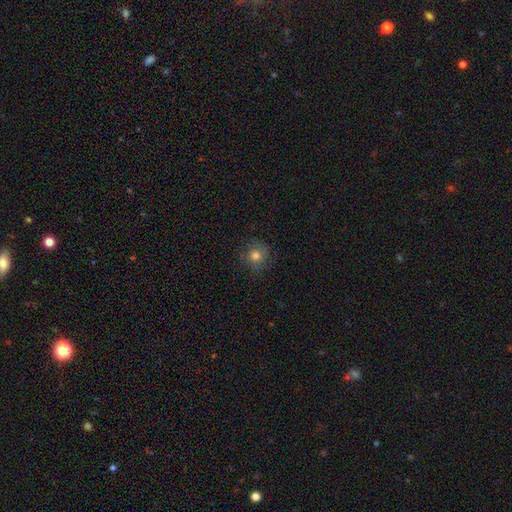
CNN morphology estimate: Smooth or featured: smooth — 75% (star or artifact — 13%)
How rounded: round — 91% (in between — 8%)
Merging: none — 82% (minor disturbance — 13%)